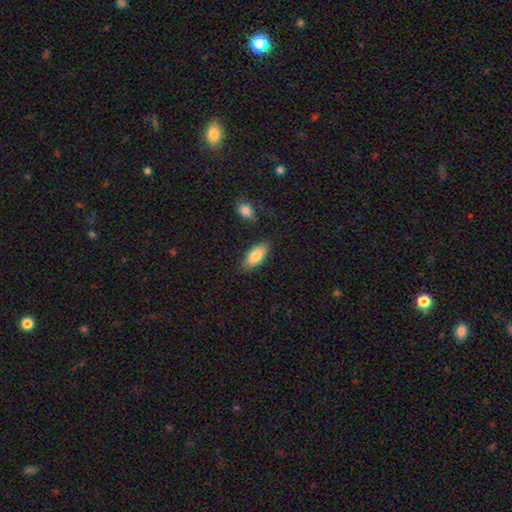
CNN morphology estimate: smooth-or-featured: smooth: 84% | featured or disk: 10% | star or artifact: 6%
  how-rounded: in between: 88% | cigar-shaped: 10% | round: 2%
  merging: none: 82% | minor disturbance: 12% | merger: 3% | major disturbance: 3%